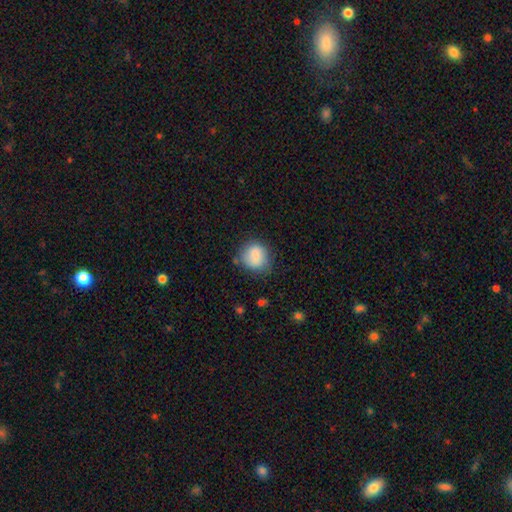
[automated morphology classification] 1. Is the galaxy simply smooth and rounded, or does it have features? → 82% smooth, 10% featured or disk, 8% star or artifact.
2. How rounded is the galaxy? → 78% round, 21% in between, 1% cigar-shaped.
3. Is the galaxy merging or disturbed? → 68% none, 22% minor disturbance, 6% major disturbance, 4% merger.